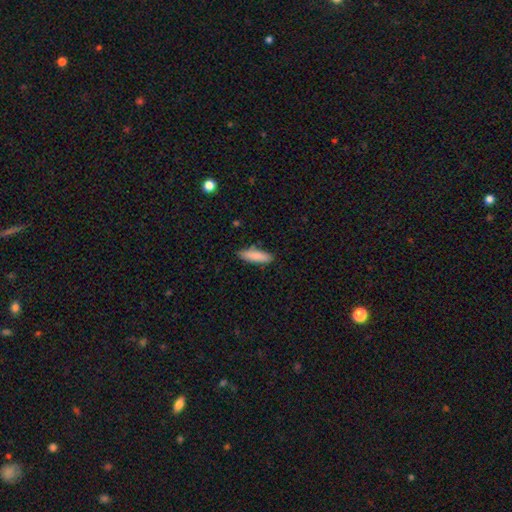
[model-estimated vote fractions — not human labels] A smooth galaxy with no disk features (86%) that is cigar-shaped (55%).

Vote fractions:
- Smooth or featured? smooth: 86% / featured or disk: 7% / star or artifact: 6%
- How rounded? cigar-shaped: 55% / in between: 44% / round: 2%
- Merging? none: 83% / minor disturbance: 13% / major disturbance: 2% / merger: 2%